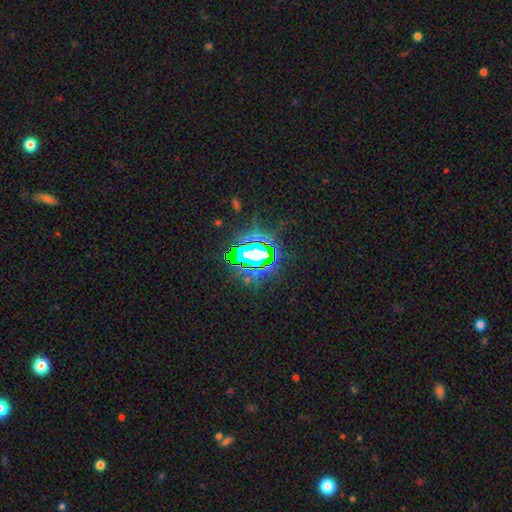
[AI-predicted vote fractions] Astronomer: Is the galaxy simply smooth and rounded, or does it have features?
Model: star or artifact — 77%.